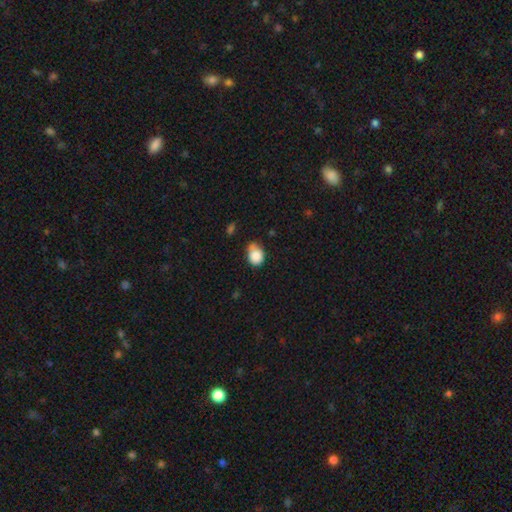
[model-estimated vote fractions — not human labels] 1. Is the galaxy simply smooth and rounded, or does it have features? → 84% smooth, 8% star or artifact, 7% featured or disk.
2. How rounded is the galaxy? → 54% in between, 45% round, 1% cigar-shaped.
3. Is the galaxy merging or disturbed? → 47% none, 36% minor disturbance, 9% merger, 8% major disturbance.